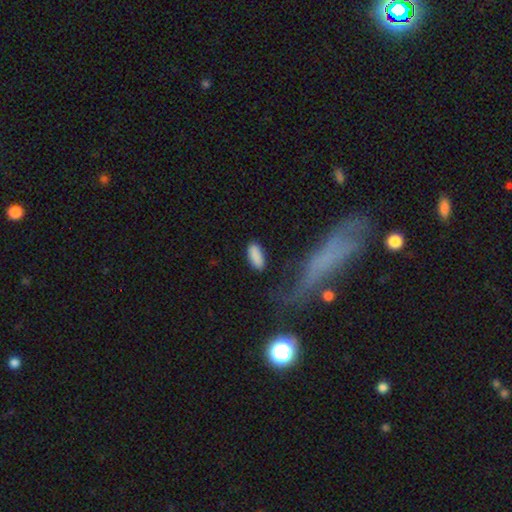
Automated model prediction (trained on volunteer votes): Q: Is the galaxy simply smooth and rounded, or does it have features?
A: smooth — 87%.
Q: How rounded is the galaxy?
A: in between — 82%.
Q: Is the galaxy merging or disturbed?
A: none — 80%.